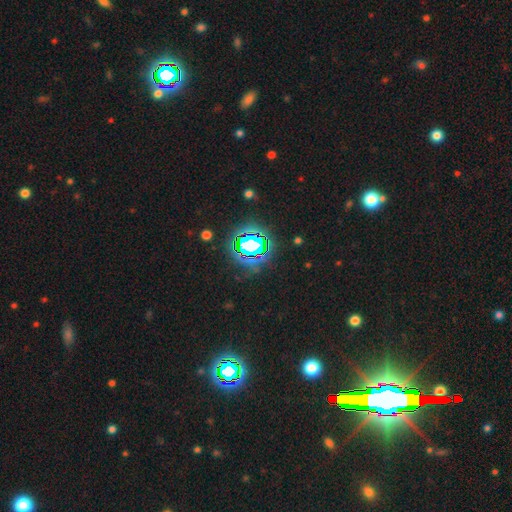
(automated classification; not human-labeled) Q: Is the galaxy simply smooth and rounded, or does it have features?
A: star or artifact — 83%.